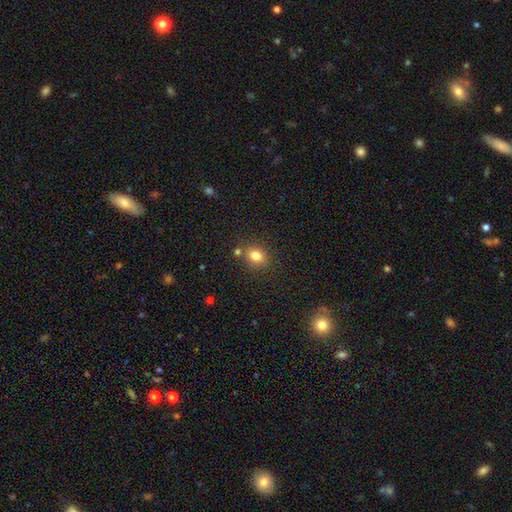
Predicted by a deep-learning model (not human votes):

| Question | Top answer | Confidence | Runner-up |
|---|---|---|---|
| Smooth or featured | smooth | 80% | star or artifact (13%) |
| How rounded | round | 60% | in between (39%) |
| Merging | none | 75% | minor disturbance (11%) |